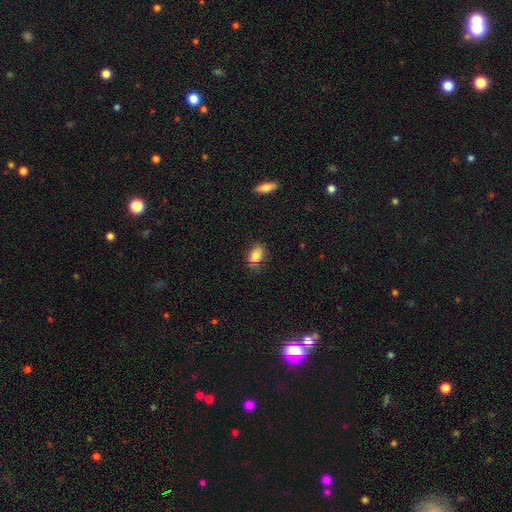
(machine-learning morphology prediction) A smooth galaxy with no disk features (80%) that is in between round and cigar-shaped (83%). Merging: none (74%).